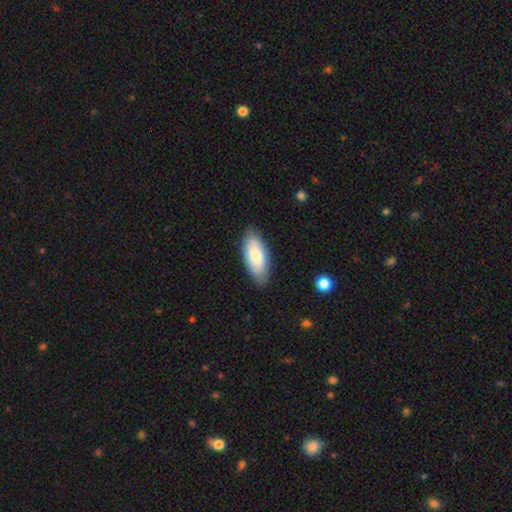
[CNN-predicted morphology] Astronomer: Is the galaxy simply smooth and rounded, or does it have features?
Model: smooth — 75%.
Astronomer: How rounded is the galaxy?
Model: in between — 87%.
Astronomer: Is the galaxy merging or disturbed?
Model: none — 83%.